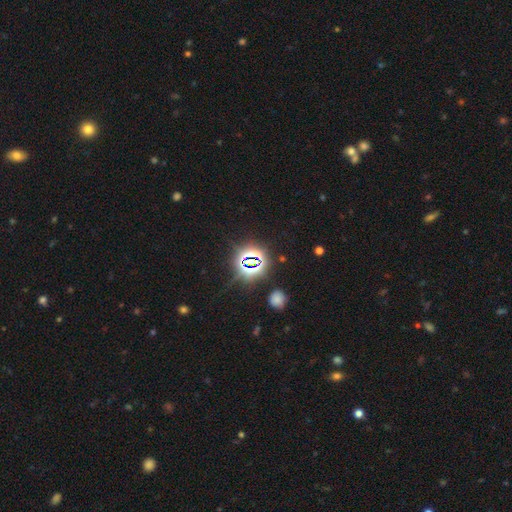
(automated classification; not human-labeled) smooth-or-featured: star or artifact: 79% | smooth: 13% | featured or disk: 8%